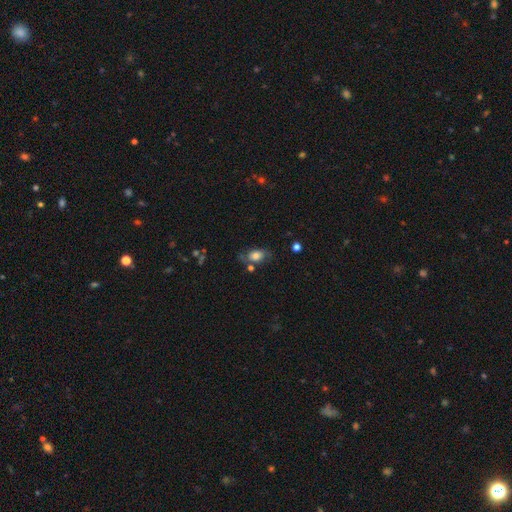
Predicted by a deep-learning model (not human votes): This is likely a smooth galaxy (64%). How rounded: likely in between (78%). Merging: possibly none (59%).